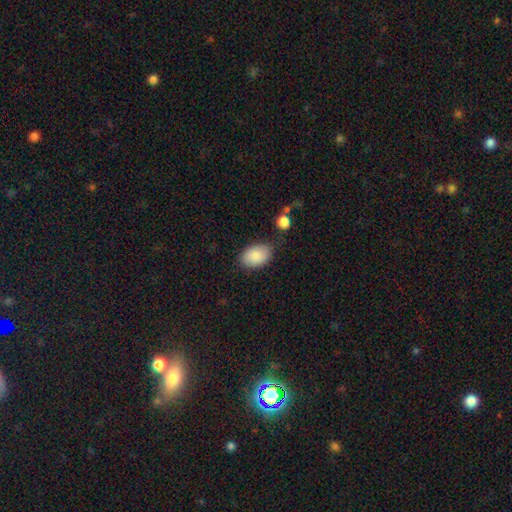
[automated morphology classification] A smooth galaxy with no disk features (87%) that is in between round and cigar-shaped (88%).

Vote fractions:
- Smooth or featured? smooth: 87% / featured or disk: 7% / star or artifact: 6%
- How rounded? in between: 88% / round: 11% / cigar-shaped: 1%
- Merging? none: 77% / minor disturbance: 15% / major disturbance: 4% / merger: 4%